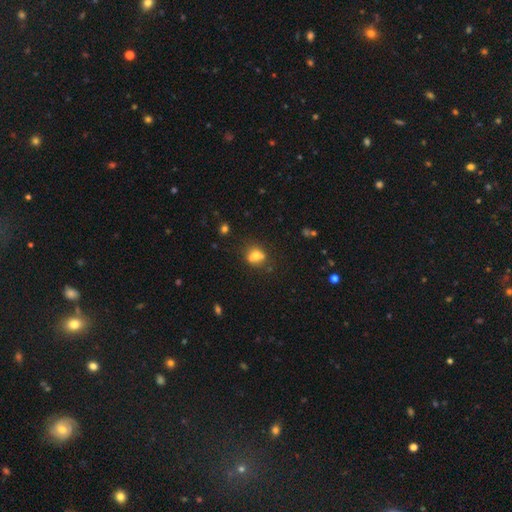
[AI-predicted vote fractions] Smooth or featured? Predicted: smooth (p=0.65). How rounded? Predicted: round (p=0.66). Merging? Predicted: none (p=0.45).